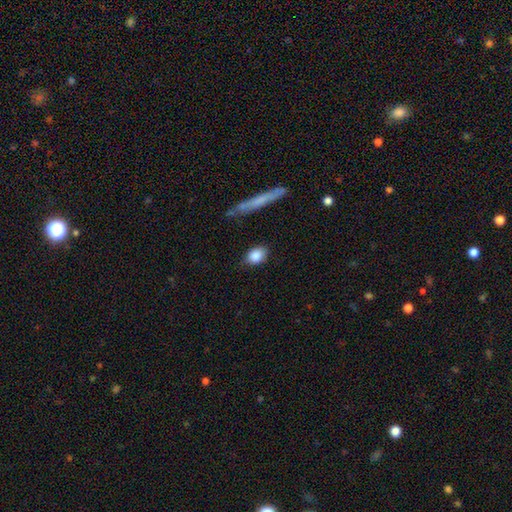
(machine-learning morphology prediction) smooth-or-featured: smooth: 86% | star or artifact: 7% | featured or disk: 7%
  how-rounded: in between: 63% | round: 33% | cigar-shaped: 4%
  merging: none: 78% | minor disturbance: 16% | major disturbance: 3% | merger: 2%